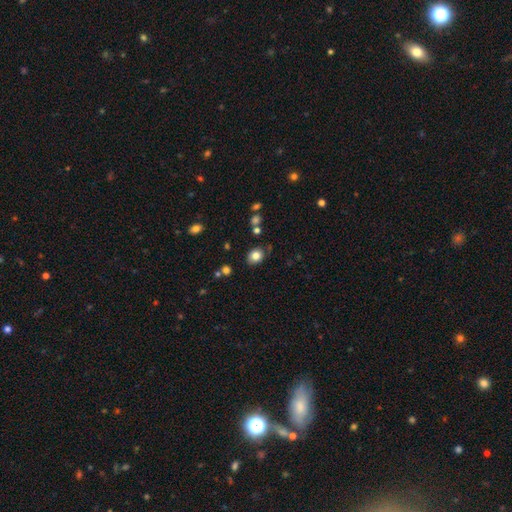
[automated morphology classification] smooth 82%, star or artifact 11%, featured or disk 8%. Down the decision tree: how rounded — round (53%); merging — none (81%).